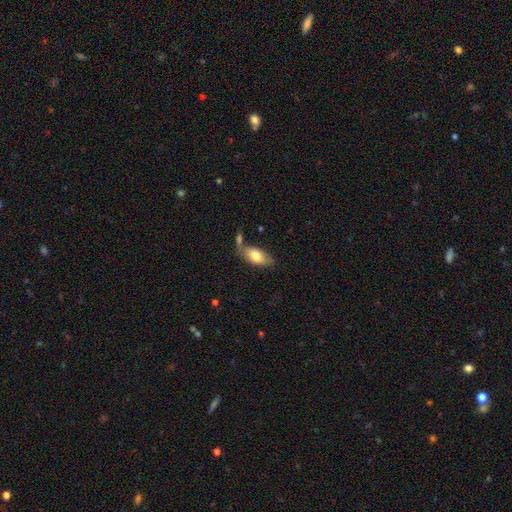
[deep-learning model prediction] smooth_or_featured: smooth (p=0.74) [alt: featured or disk p=0.20]
how_rounded: in between (p=0.89) [alt: cigar-shaped p=0.07]
merging: none (p=0.55) [alt: minor disturbance p=0.19]